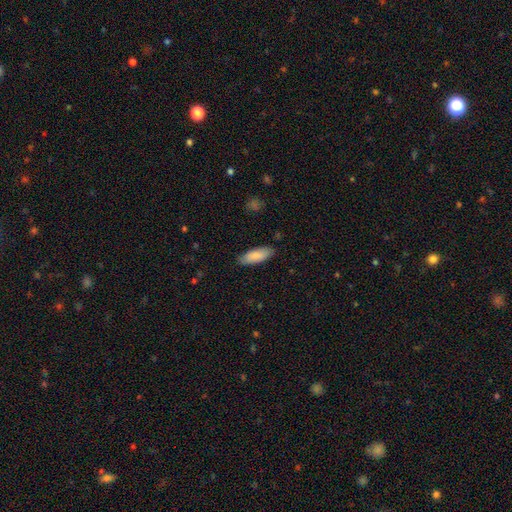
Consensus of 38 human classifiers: Overall: smooth (87%). How rounded: in between (76%). Merging: none (81%).